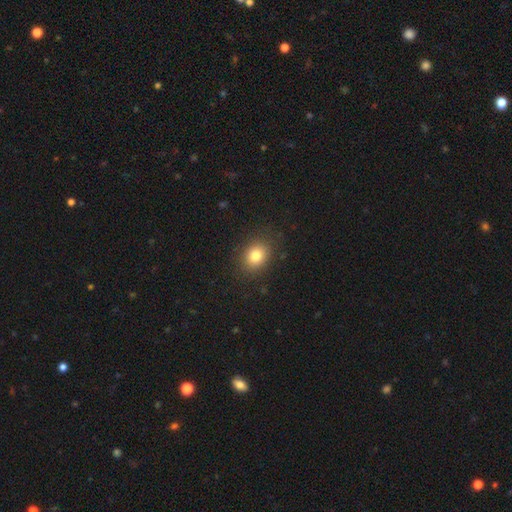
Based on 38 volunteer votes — A smooth galaxy with no disk features (74%) that is in between round and cigar-shaped (54%). Merging: none (83%).